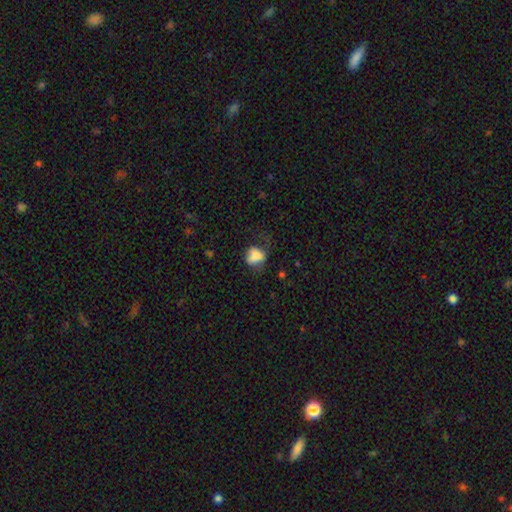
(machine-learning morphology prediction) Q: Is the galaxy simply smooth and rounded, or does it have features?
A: smooth — 75%.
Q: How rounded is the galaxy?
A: in between — 59%.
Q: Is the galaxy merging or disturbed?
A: none — 35%.